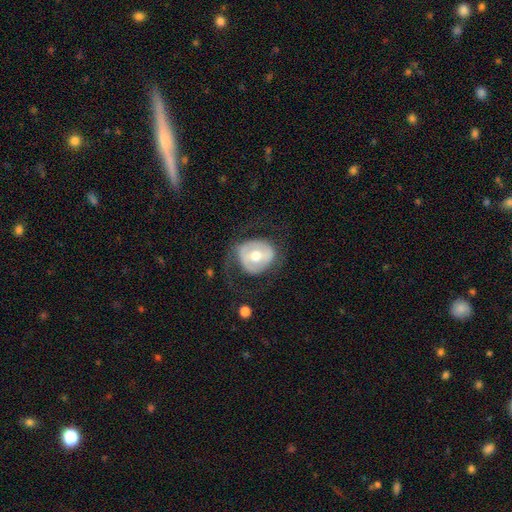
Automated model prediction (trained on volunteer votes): Smooth or featured? Predicted: featured or disk (p=0.59). Edge-on disk? Predicted: no (p=0.96). Bar? Predicted: no (p=0.38). Spiral arms? Predicted: no (p=0.54). Bulge size? Predicted: moderate (p=0.74). Merging? Predicted: none (p=0.57).